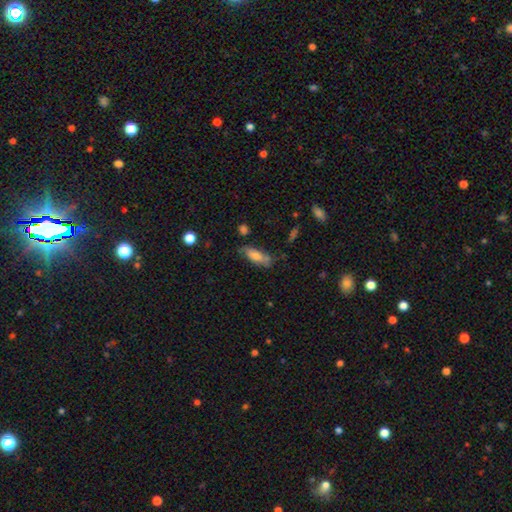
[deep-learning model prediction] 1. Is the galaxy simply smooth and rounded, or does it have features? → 69% smooth, 23% featured or disk, 8% star or artifact.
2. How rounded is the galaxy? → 66% in between, 31% cigar-shaped, 3% round.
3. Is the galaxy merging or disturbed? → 61% none, 26% minor disturbance, 8% major disturbance, 5% merger.